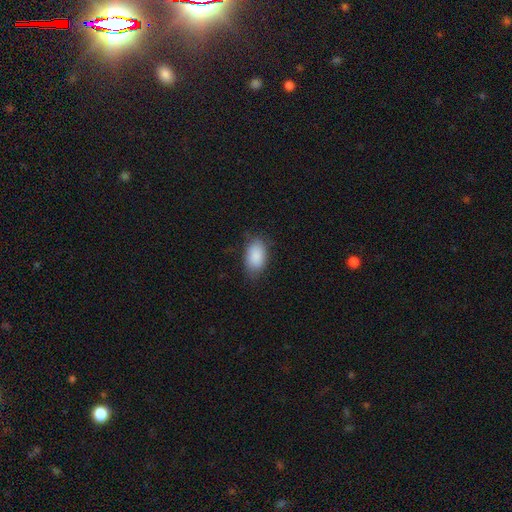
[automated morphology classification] Smooth or featured? smooth (88%)
How rounded? in between (92%)
Merging? none (74%)